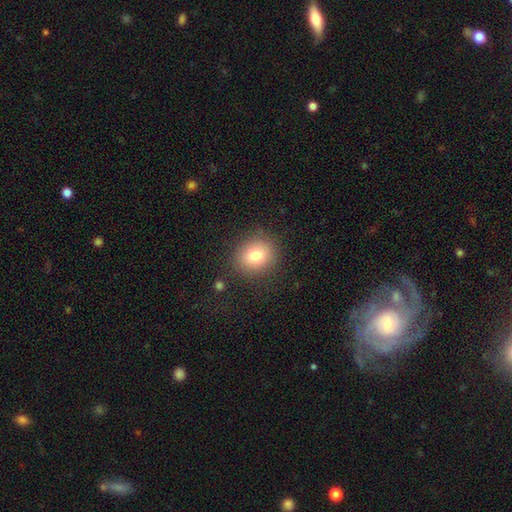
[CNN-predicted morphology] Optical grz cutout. It shows a smooth galaxy with no disk features (79%) that is round (75%). Merging: none (85%).